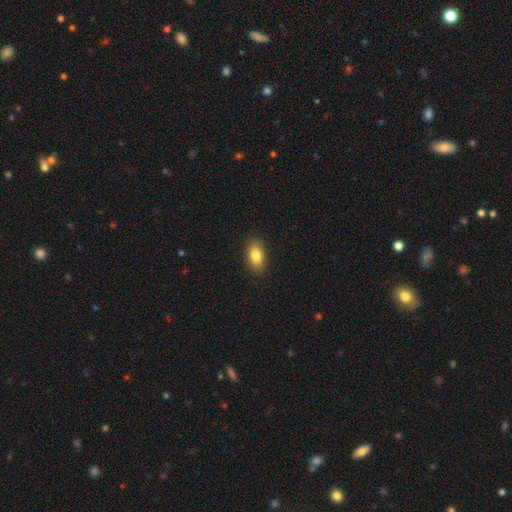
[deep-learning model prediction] Smooth or featured?
  - smooth: 83% *
  - featured or disk: 9%
  - star or artifact: 8%
How rounded?
  - in between: 87% *
  - round: 11%
  - cigar-shaped: 2%
Merging?
  - none: 88% *
  - minor disturbance: 9%
  - major disturbance: 2%
  - merger: 1%